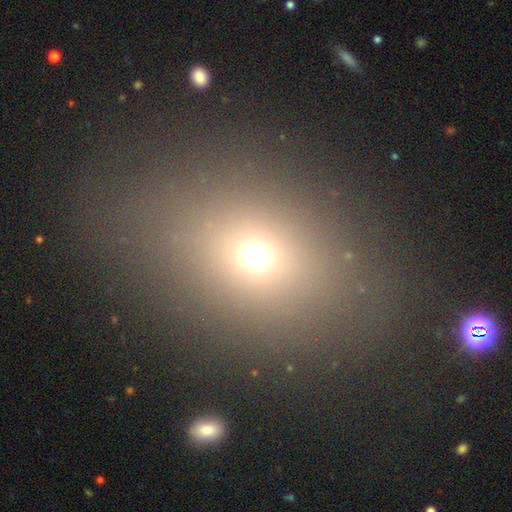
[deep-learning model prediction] smooth 66%, star or artifact 21%, featured or disk 13%. Down the decision tree: how rounded — in between (60%); merging — none (78%).